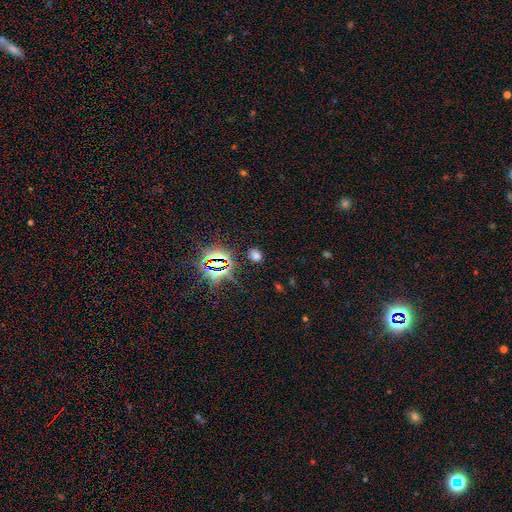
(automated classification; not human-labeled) This appears to be a smooth galaxy with no disk features (59%) that is round (59%). Merging: none (86%).